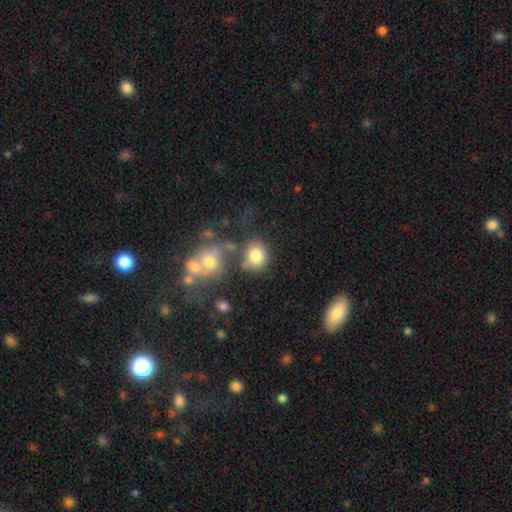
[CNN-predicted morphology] Smooth or featured? Predicted: smooth (p=0.78). How rounded? Predicted: round (p=0.61). Merging? Predicted: none (p=0.55).